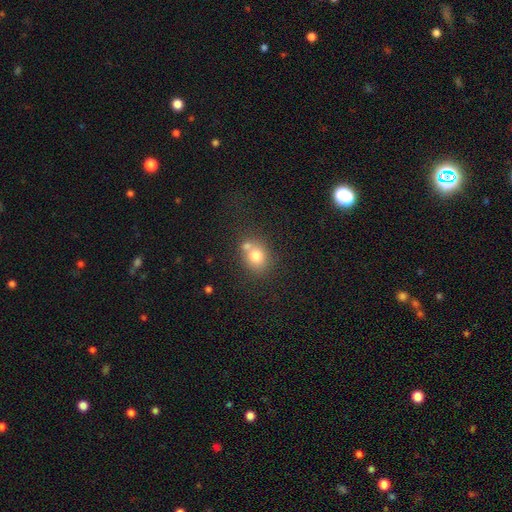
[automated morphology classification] This is likely a smooth galaxy (75%). How rounded: likely round (64%). Merging: possibly none (48%).